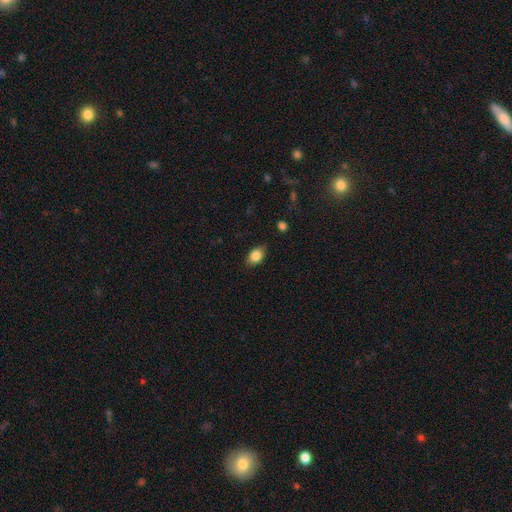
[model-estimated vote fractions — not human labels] A smooth galaxy with no disk features (84%) that is in between round and cigar-shaped (82%). Merging: none (81%).